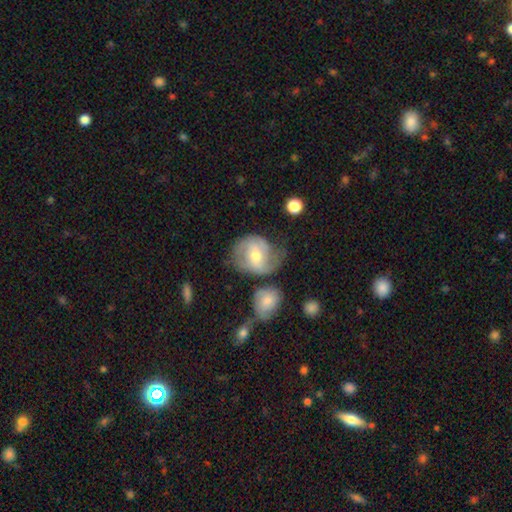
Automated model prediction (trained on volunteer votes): Smooth or featured? Predicted: featured or disk (p=0.64). Edge-on disk? Predicted: no (p=0.97). Bar? Predicted: weak (p=0.48). Spiral arms? Predicted: yes (p=0.84). Spiral winding? Predicted: medium (p=0.45). Spiral arm count? Predicted: 2 (p=0.64). Bulge size? Predicted: moderate (p=0.64). Merging? Predicted: none (p=0.51).